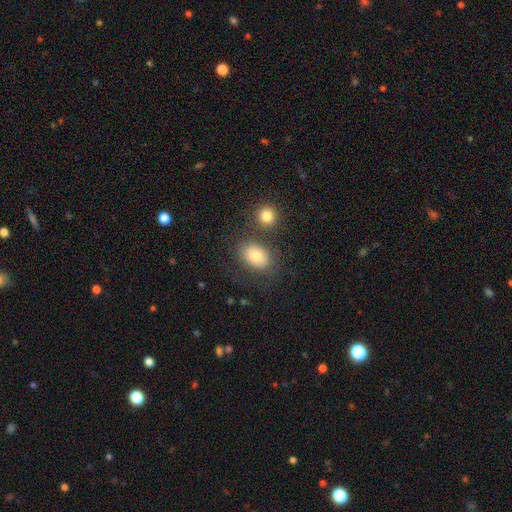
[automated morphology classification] smooth-or-featured: smooth: 79% | featured or disk: 12% | star or artifact: 9%
  how-rounded: in between: 80% | round: 19% | cigar-shaped: 1%
  merging: none: 67% | minor disturbance: 14% | merger: 14% | major disturbance: 6%